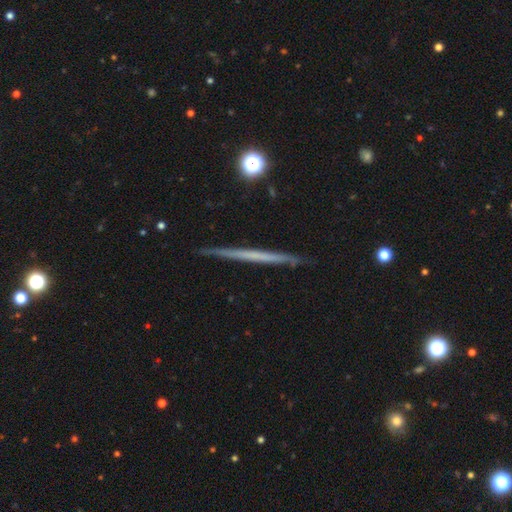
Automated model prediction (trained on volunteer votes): Q: Smooth or featured?
A: featured or disk (57%); runner-up: smooth (37%)
Q: Edge-on disk?
A: yes (97%); runner-up: no (3%)
Q: Edge-on bulge?
A: none (93%); runner-up: rounded (4%)
Q: Merging?
A: none (90%); runner-up: minor disturbance (7%)